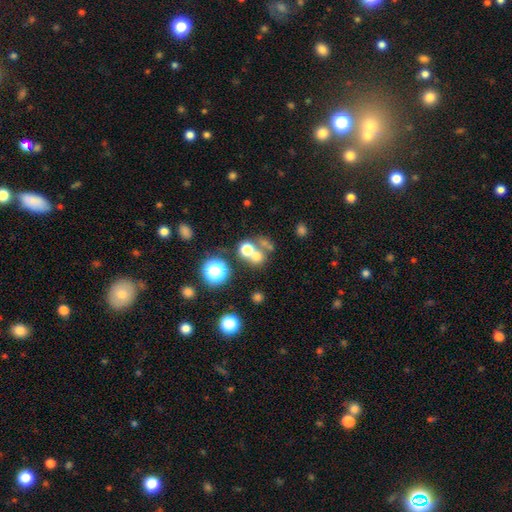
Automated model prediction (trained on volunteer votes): Smooth or featured? smooth (62%)
How rounded? round (83%)
Merging? none (45%)